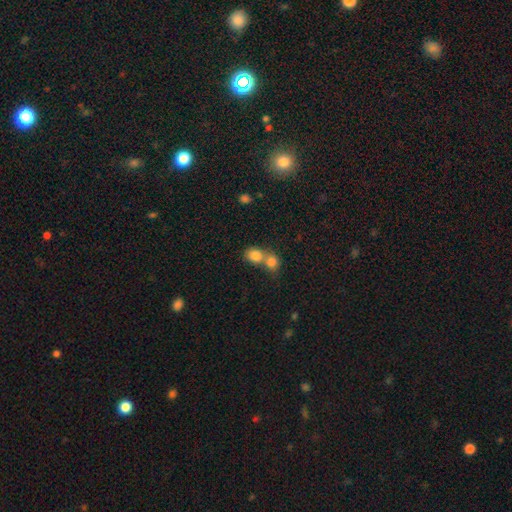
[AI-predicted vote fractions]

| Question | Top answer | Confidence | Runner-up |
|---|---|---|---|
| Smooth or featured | smooth | 81% | star or artifact (10%) |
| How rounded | round | 66% | in between (33%) |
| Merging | merger | 62% | none (30%) |